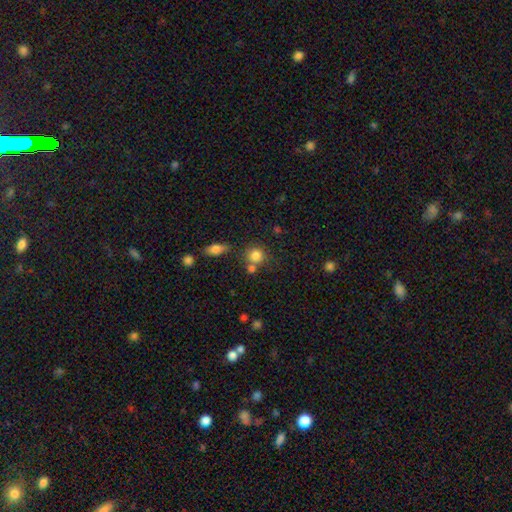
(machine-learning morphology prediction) smooth_or_featured: smooth (p=0.82) [alt: star or artifact p=0.11]
how_rounded: round (p=0.86) [alt: in between p=0.12]
merging: none (p=0.62) [alt: merger p=0.23]